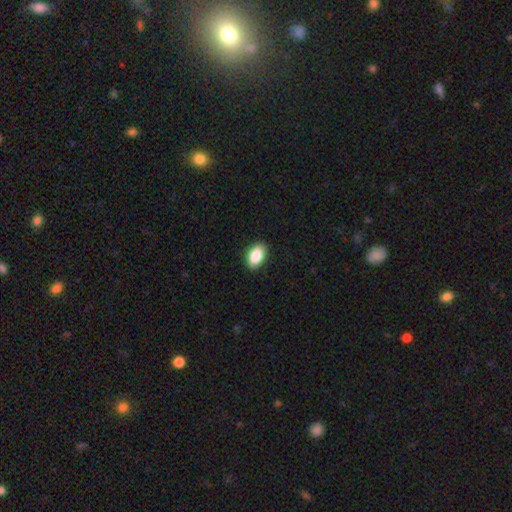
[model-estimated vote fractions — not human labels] A smooth galaxy with no disk features (88%) that is in between round and cigar-shaped (93%).

Vote fractions:
- Smooth or featured? smooth: 88% / star or artifact: 7% / featured or disk: 5%
- How rounded? in between: 93% / round: 6% / cigar-shaped: 2%
- Merging? none: 89% / minor disturbance: 9% / major disturbance: 2% / merger: 1%